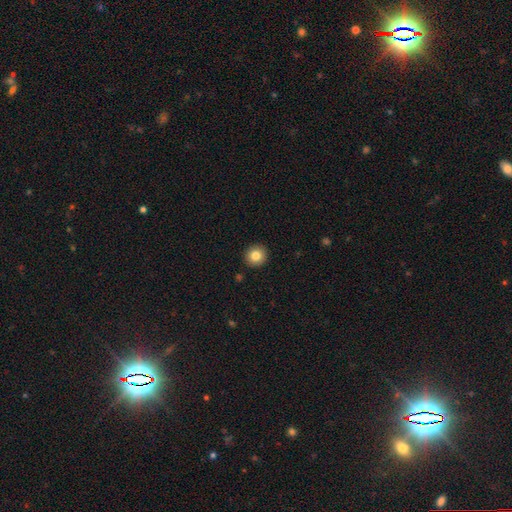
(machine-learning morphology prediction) Smooth or featured: smooth — 82% (star or artifact — 10%)
How rounded: round — 91% (in between — 8%)
Merging: none — 92% (minor disturbance — 5%)